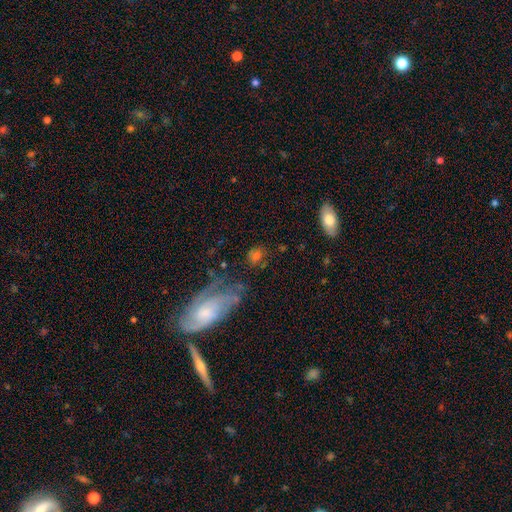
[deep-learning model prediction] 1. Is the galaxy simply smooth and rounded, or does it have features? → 53% smooth, 33% featured or disk, 14% star or artifact.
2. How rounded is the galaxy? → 57% in between, 39% round, 4% cigar-shaped.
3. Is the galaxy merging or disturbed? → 66% none, 17% minor disturbance, 11% major disturbance, 6% merger.